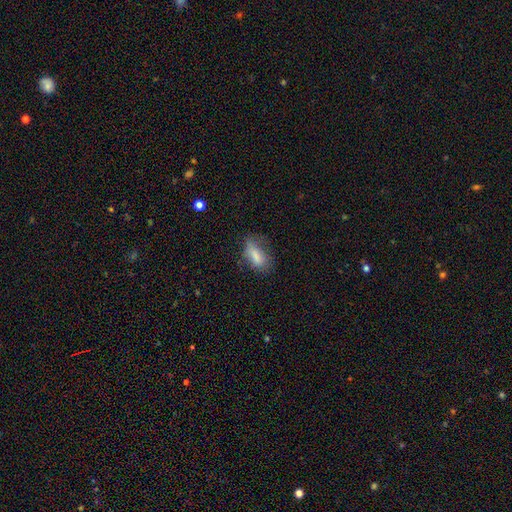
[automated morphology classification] The model was most divided on "merging": none: 52%, minor disturbance: 31%, major disturbance: 15%, merger: 2%. More confident: how rounded — in between (85%); smooth or featured — smooth (78%).